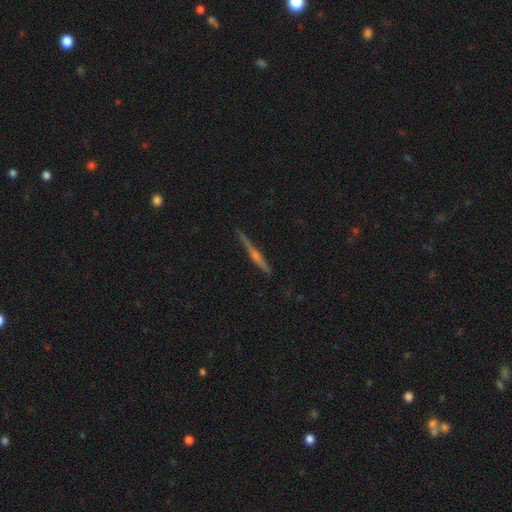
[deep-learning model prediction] Smooth or featured? Predicted: featured or disk (p=0.75). Edge-on disk? Predicted: yes (p=0.98). Edge-on bulge? Predicted: rounded (p=0.74). Merging? Predicted: none (p=0.89).